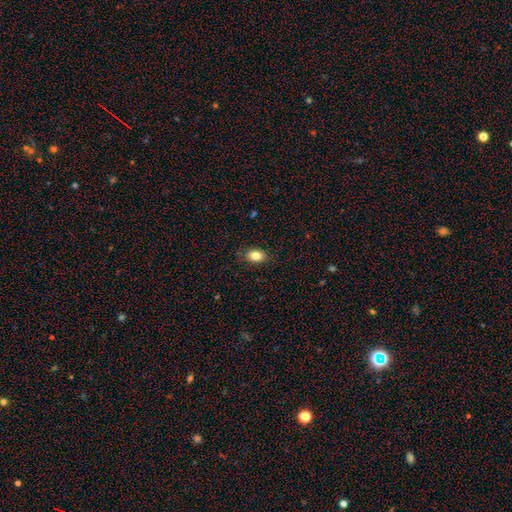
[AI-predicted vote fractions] smooth-or-featured: smooth: 83% | star or artifact: 9% | featured or disk: 8%
  how-rounded: in between: 81% | round: 17% | cigar-shaped: 1%
  merging: none: 84% | minor disturbance: 12% | major disturbance: 3% | merger: 1%